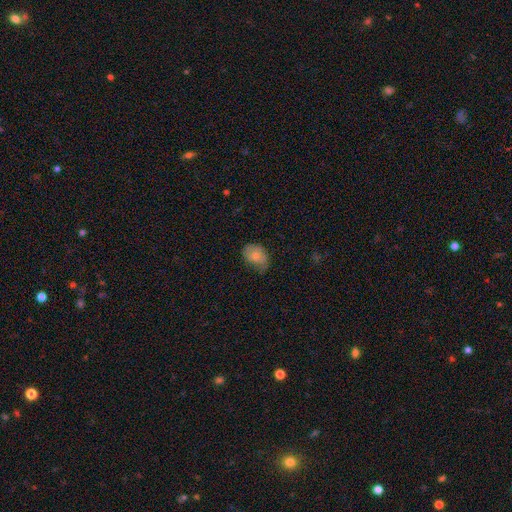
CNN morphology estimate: smooth-or-featured: smooth: 72% | featured or disk: 20% | star or artifact: 8%
  how-rounded: in between: 73% | round: 26% | cigar-shaped: 1%
  merging: none: 50% | minor disturbance: 36% | major disturbance: 13% | merger: 1%